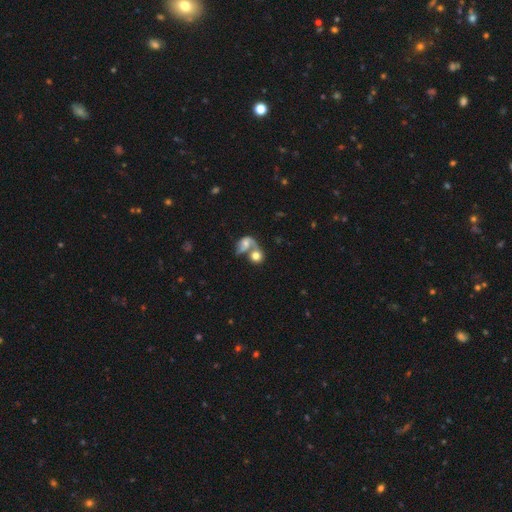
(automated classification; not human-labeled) The model was most divided on "smooth or featured": smooth: 57%, featured or disk: 34%, star or artifact: 9%. More confident: how rounded — round (70%); merging — merger (63%).